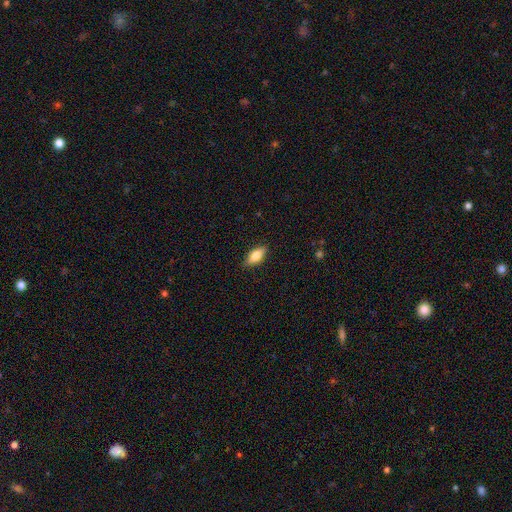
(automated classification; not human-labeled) Smooth or featured?
  - smooth: 74% *
  - featured or disk: 19%
  - star or artifact: 7%
How rounded?
  - in between: 82% *
  - cigar-shaped: 14%
  - round: 4%
Merging?
  - none: 84% *
  - minor disturbance: 13%
  - major disturbance: 2%
  - merger: 1%